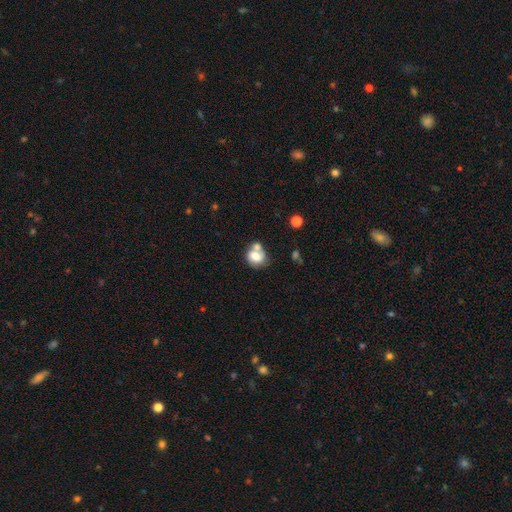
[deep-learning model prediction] Smooth or featured: smooth — 68% (featured or disk — 23%)
How rounded: round — 57% (in between — 42%)
Merging: merger — 46% (none — 32%)